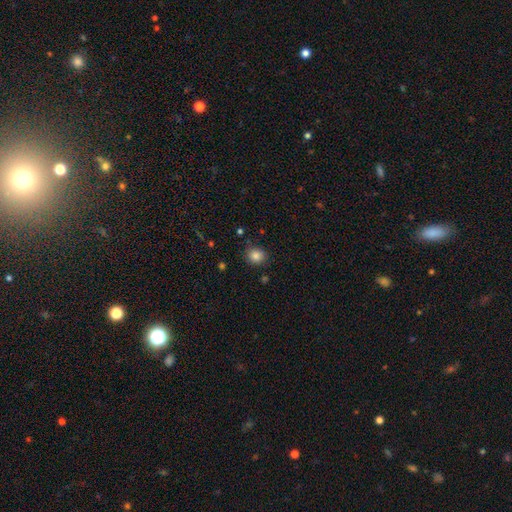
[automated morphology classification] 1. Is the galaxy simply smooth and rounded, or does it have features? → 84% smooth, 11% star or artifact, 5% featured or disk.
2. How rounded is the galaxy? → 76% round, 23% in between, 1% cigar-shaped.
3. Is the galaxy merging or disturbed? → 84% none, 11% minor disturbance, 3% major disturbance, 2% merger.